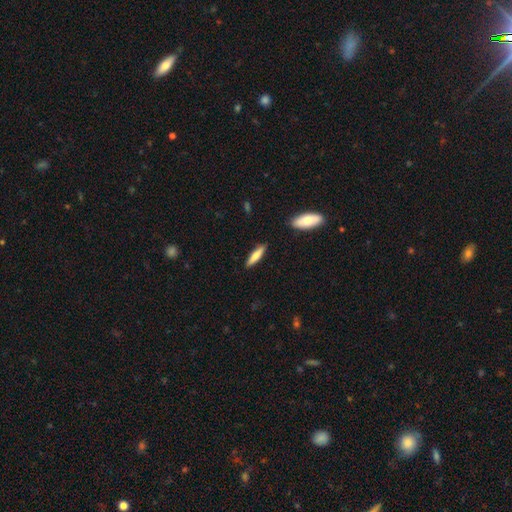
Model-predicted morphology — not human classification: Q: Smooth or featured?
A: smooth (73%); runner-up: featured or disk (22%)
Q: How rounded?
A: cigar-shaped (76%); runner-up: in between (22%)
Q: Merging?
A: none (88%); runner-up: minor disturbance (8%)